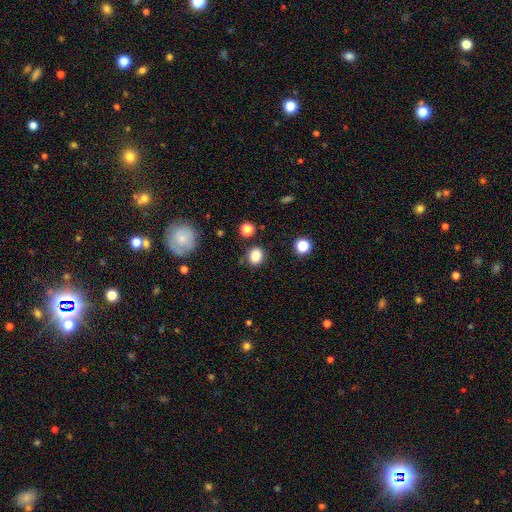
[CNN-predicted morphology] This is clearly a smooth galaxy (84%). How rounded: likely round (68%). Merging: clearly none (83%).